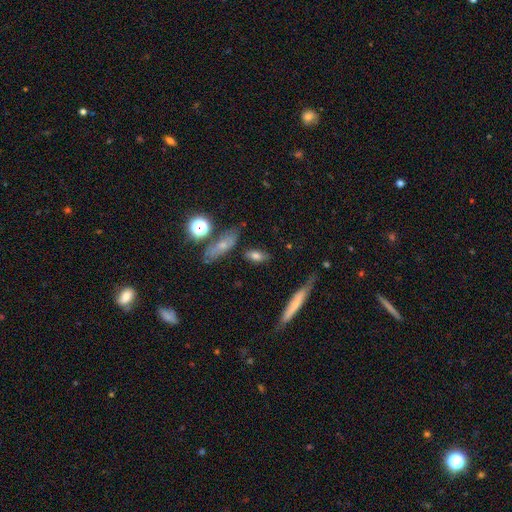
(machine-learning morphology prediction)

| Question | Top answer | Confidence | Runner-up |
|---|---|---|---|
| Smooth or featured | smooth | 70% | featured or disk (18%) |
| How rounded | in between | 75% | cigar-shaped (18%) |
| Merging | none | 74% | minor disturbance (16%) |